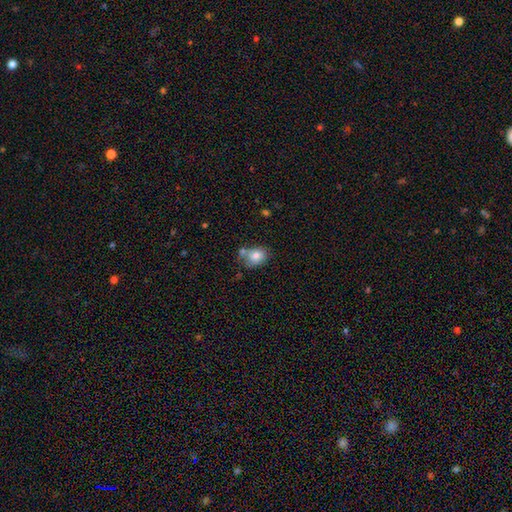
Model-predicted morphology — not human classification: Smooth or featured? smooth (77%)
How rounded? in between (59%)
Merging? none (46%)